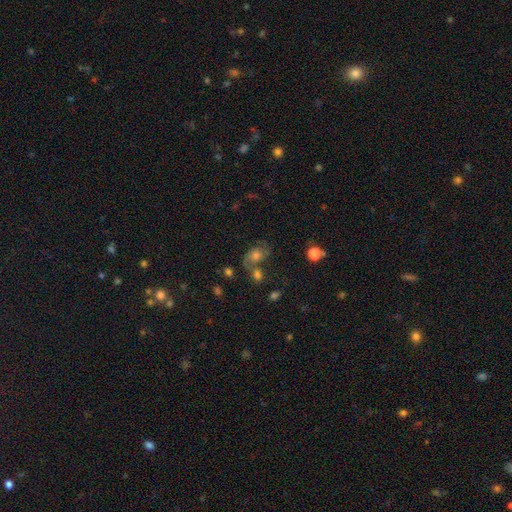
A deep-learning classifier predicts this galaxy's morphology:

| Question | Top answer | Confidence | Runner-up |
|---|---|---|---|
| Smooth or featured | featured or disk | 48% | smooth (33%) |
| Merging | none | 50% | merger (22%) |